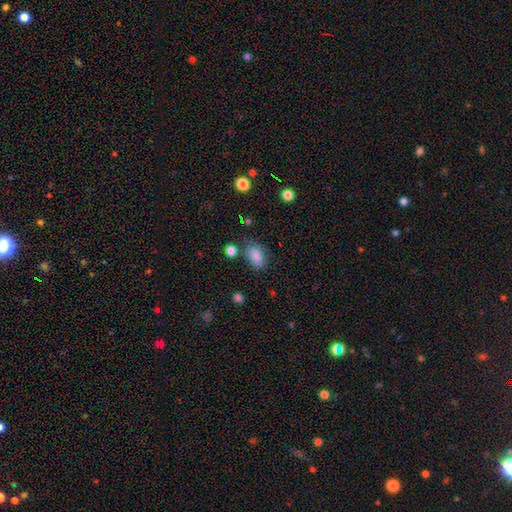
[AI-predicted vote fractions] Smooth or featured? smooth (85%)
How rounded? in between (88%)
Merging? none (68%)